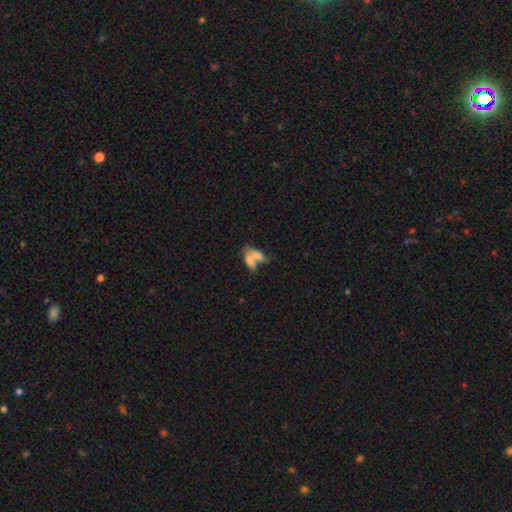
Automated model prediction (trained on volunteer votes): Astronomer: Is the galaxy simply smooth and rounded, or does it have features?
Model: smooth — 72%.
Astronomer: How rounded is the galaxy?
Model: in between — 82%.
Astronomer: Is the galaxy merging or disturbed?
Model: merger — 64%.